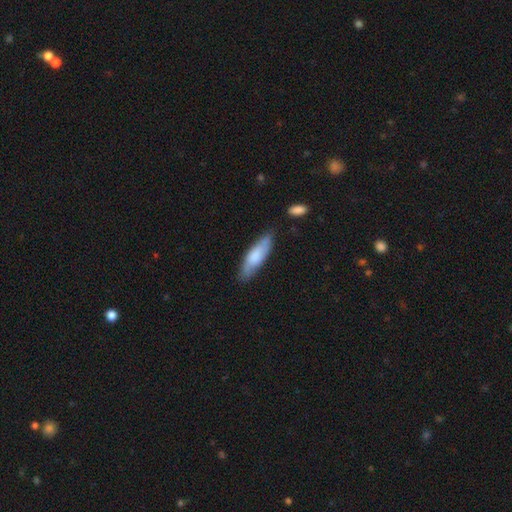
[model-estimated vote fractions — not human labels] The model was most divided on "how rounded": cigar-shaped: 59%, in between: 40%, round: 2%. More confident: merging — none (74%); smooth or featured — smooth (69%).